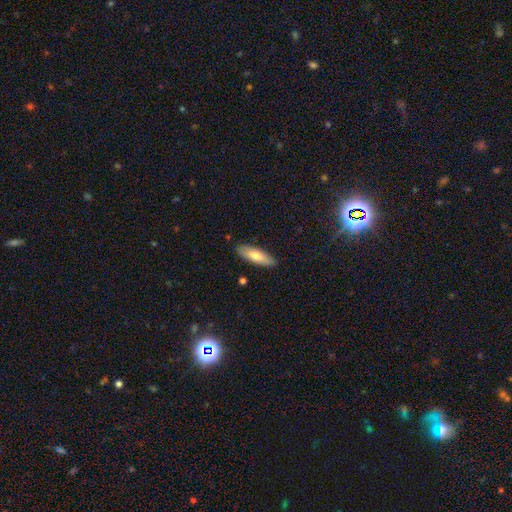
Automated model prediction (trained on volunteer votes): Morphology: type=smooth (73%); roundness=in between (53%); merging=none (85%).